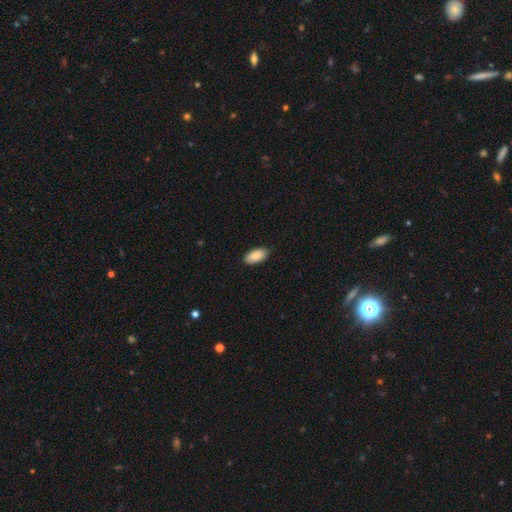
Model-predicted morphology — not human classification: smooth 88%, star or artifact 6%, featured or disk 6%. Down the decision tree: how rounded — in between (94%); merging — none (89%).